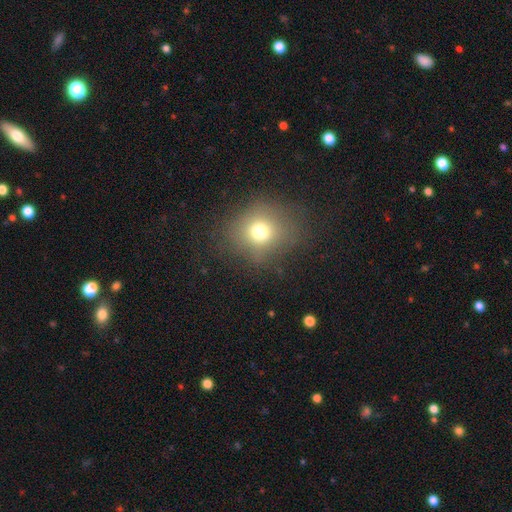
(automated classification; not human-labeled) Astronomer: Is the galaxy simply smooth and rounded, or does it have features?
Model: smooth — 66%.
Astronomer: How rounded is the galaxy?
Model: round — 77%.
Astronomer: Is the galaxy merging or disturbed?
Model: none — 84%.